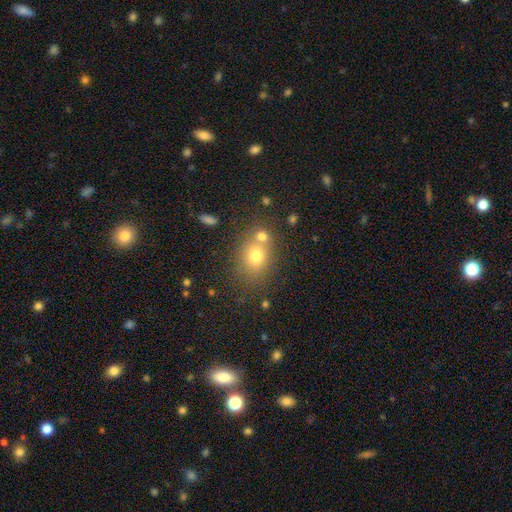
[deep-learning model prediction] This is likely a smooth galaxy (72%). How rounded: possibly round (53%). Merging: possibly none (55%).